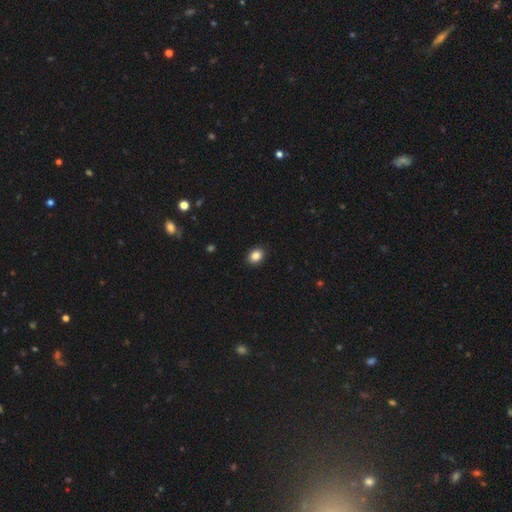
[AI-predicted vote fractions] smooth_or_featured: smooth (p=0.87) [alt: star or artifact p=0.09]
how_rounded: in between (p=0.63) [alt: round p=0.36]
merging: none (p=0.90) [alt: minor disturbance p=0.07]